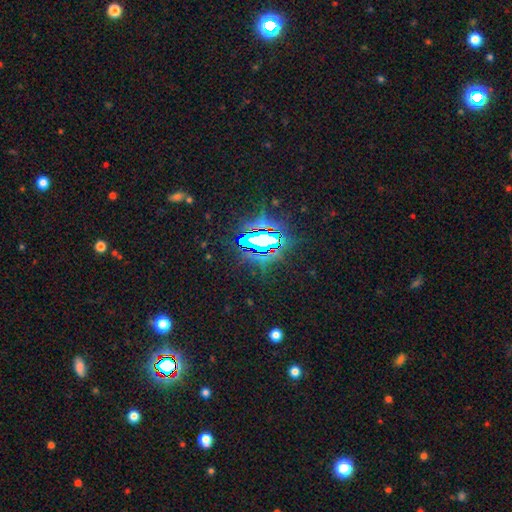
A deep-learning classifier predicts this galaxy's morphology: This is clearly a star or artifact rather than a galaxy (84%).